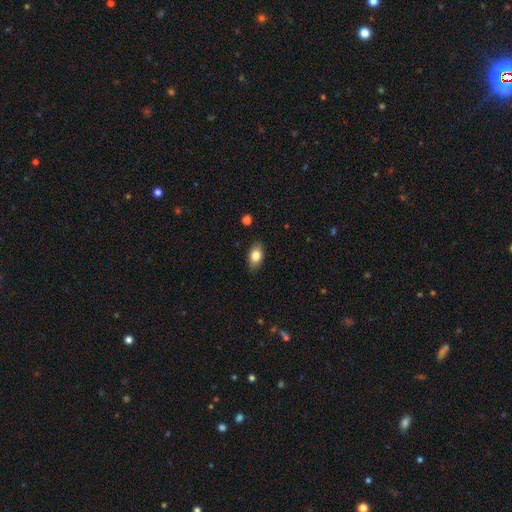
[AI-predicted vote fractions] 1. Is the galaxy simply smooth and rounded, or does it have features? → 81% smooth, 12% featured or disk, 7% star or artifact.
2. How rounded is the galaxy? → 89% in between, 8% round, 3% cigar-shaped.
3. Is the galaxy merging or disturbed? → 86% none, 11% minor disturbance, 2% major disturbance, 1% merger.